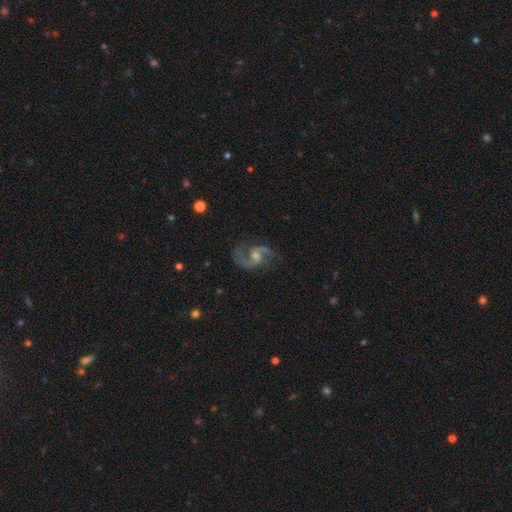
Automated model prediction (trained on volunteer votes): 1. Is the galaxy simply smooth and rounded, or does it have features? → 90% featured or disk, 6% star or artifact, 4% smooth.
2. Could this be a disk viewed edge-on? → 98% no, 2% yes.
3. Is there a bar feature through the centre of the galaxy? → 47% no, 44% weak, 9% strong.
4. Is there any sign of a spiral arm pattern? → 98% yes, 2% no.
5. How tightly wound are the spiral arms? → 50% medium, 42% loose, 8% tight.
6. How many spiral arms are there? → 93% 2, 2% can't tell, 2% 1, 1% 3, 1% 4, 1% more than 4.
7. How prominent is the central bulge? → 50% moderate, 39% small, 6% none, 4% large, 1% dominant.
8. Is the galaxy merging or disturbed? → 75% none, 15% minor disturbance, 8% major disturbance, 2% merger.